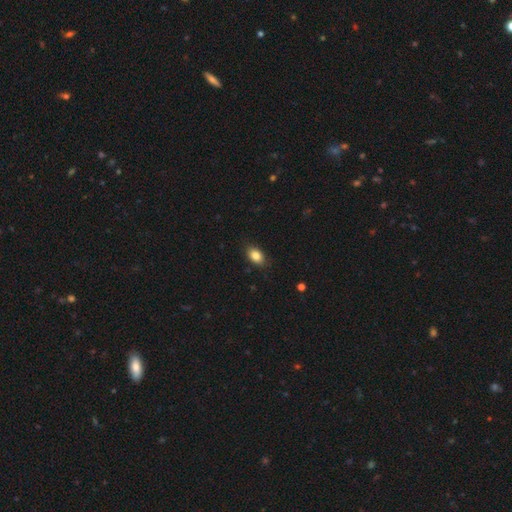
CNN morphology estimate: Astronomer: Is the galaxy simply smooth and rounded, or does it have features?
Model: smooth — 85%.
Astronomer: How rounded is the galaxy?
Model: in between — 86%.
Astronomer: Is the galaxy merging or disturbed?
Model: none — 85%.